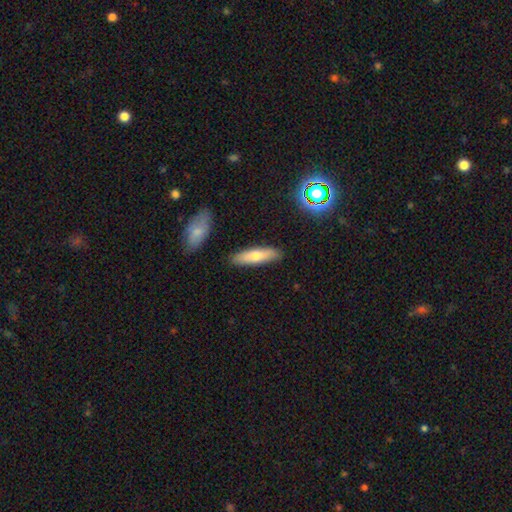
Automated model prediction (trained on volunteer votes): smooth 65%, featured or disk 27%, star or artifact 7%. Down the decision tree: how rounded — cigar-shaped (64%); merging — none (87%).